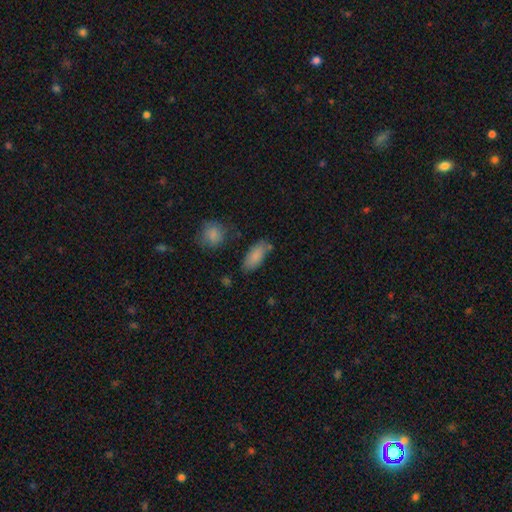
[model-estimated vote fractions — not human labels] A smooth galaxy with no disk features (85%) that is in between round and cigar-shaped (86%).

Vote fractions:
- Smooth or featured? smooth: 85% / star or artifact: 7% / featured or disk: 7%
- How rounded? in between: 86% / cigar-shaped: 11% / round: 3%
- Merging? none: 69% / minor disturbance: 18% / merger: 8% / major disturbance: 5%